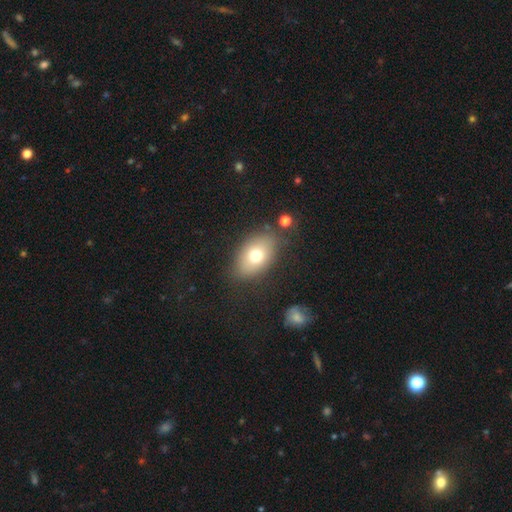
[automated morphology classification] Smooth or featured? smooth (71%)
How rounded? in between (84%)
Merging? none (77%)